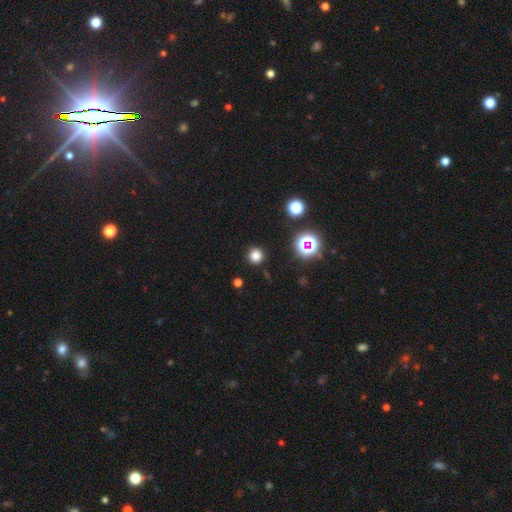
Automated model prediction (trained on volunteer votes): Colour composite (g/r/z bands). It shows a smooth galaxy with no disk features (76%) that is round (94%). Merging: none (90%).